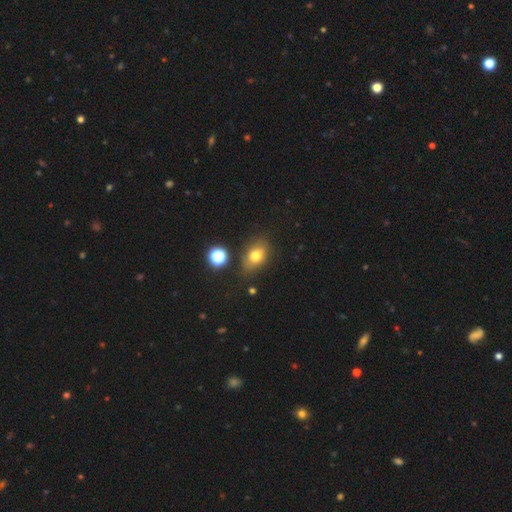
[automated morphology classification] This appears to be a smooth galaxy with no disk features (74%) that is in between round and cigar-shaped (68%). Merging: none (75%).